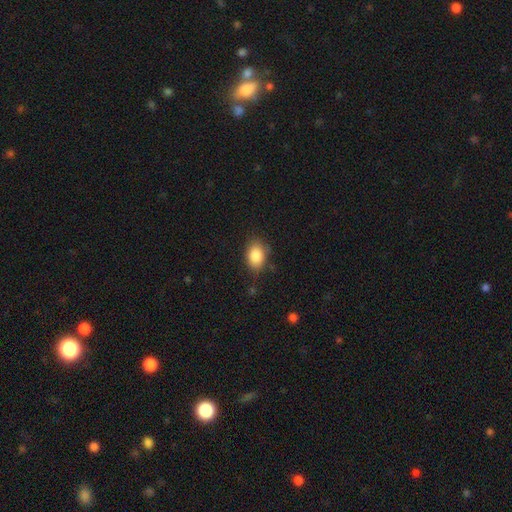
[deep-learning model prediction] A smooth galaxy with no disk features (85%) that is in between round and cigar-shaped (76%). Merging: none (75%).